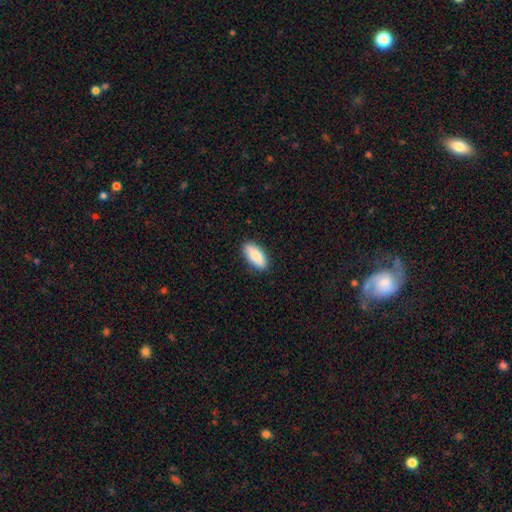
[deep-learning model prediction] Q: Smooth or featured?
A: smooth (86%); runner-up: featured or disk (8%)
Q: How rounded?
A: in between (86%); runner-up: cigar-shaped (12%)
Q: Merging?
A: none (88%); runner-up: minor disturbance (9%)